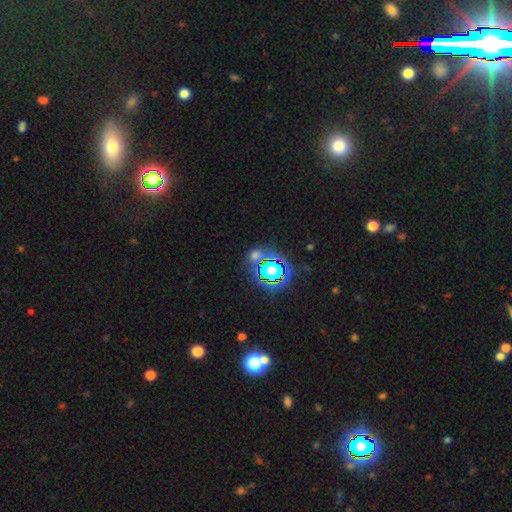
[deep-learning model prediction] Smooth or featured? Predicted: star or artifact (p=0.50).